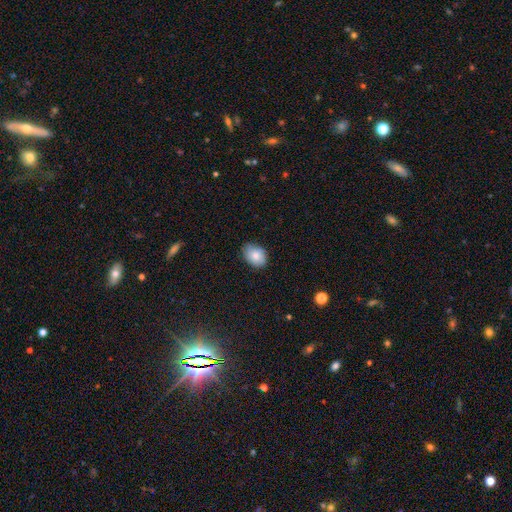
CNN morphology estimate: The model was most divided on "how rounded": in between: 78%, round: 21%, cigar-shaped: 1%. More confident: merging — none (81%); smooth or featured — smooth (81%).